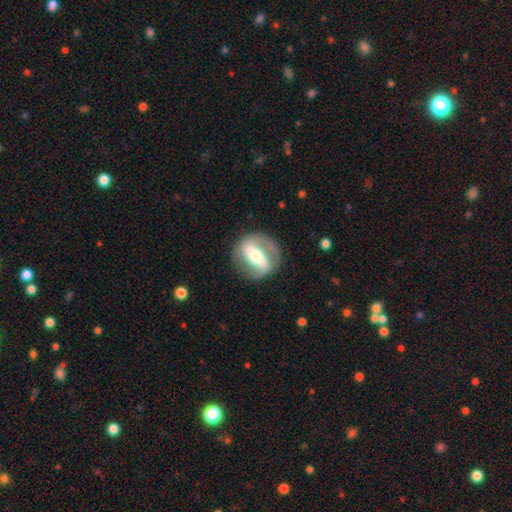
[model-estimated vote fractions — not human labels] A featured or disk galaxy (70%) with a strong bar (64%), spiral arms (60%) and a moderate central bulge (61%). Merging: none (81%).